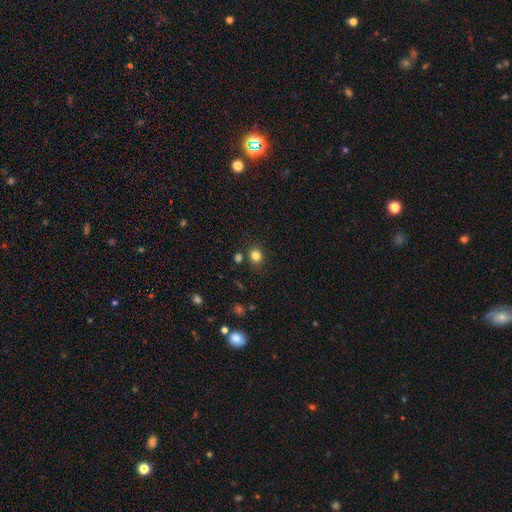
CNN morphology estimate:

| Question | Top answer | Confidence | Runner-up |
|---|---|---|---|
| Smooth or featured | smooth | 81% | star or artifact (13%) |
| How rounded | round | 78% | in between (21%) |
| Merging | none | 81% | minor disturbance (10%) |